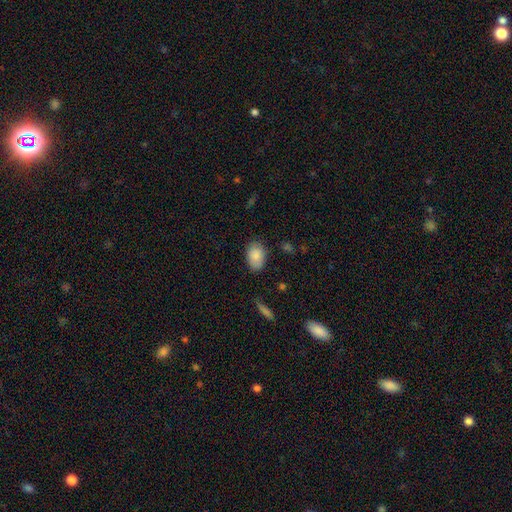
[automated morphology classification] Smooth or featured? Predicted: smooth (p=0.87). How rounded? Predicted: in between (p=0.84). Merging? Predicted: none (p=0.76).